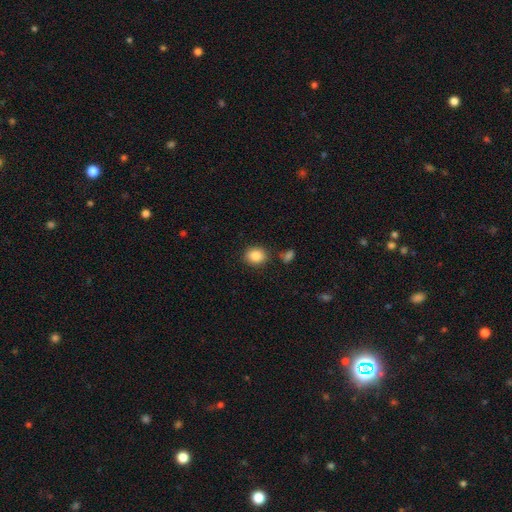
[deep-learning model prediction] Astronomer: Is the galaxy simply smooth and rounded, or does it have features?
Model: smooth — 87%.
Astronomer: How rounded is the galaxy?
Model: round — 61% (runner-up: in between, 38%).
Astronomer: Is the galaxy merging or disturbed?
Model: none — 81%.